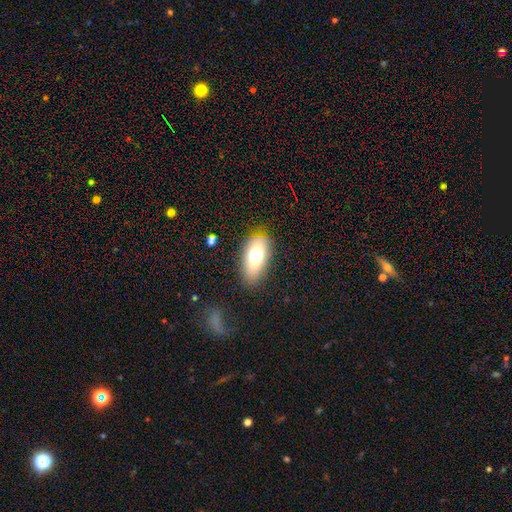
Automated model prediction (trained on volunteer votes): This is likely a smooth galaxy (71%). How rounded: clearly in between (88%). Merging: likely none (78%).